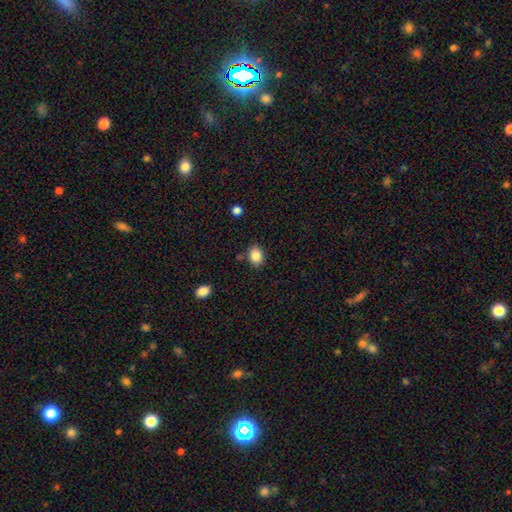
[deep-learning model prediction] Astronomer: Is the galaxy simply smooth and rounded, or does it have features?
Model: smooth — 86%.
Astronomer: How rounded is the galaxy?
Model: in between — 55% (runner-up: round, 44%).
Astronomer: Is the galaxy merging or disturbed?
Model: none — 82%.